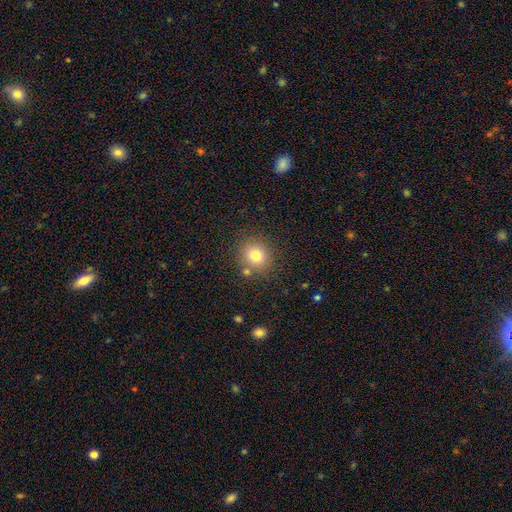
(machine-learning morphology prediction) Smooth or featured?
  - smooth: 77% *
  - star or artifact: 13%
  - featured or disk: 10%
How rounded?
  - round: 80% *
  - in between: 19%
  - cigar-shaped: 1%
Merging?
  - none: 79% *
  - minor disturbance: 10%
  - merger: 7%
  - major disturbance: 3%